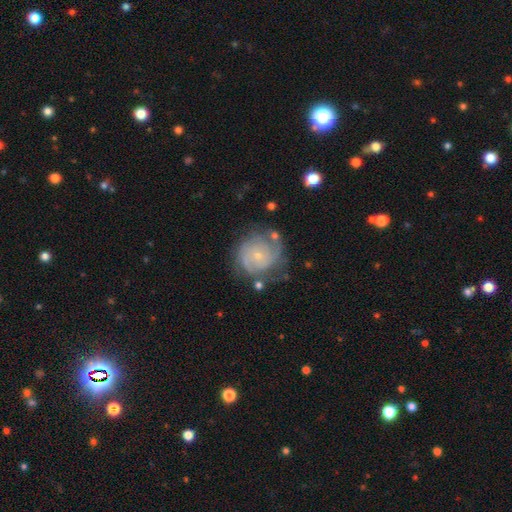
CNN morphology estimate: A featured or disk galaxy (77%) with no bar (77%), 2 (38%) tight (60%) spiral arms (91%) and a small central bulge (80%).

Vote fractions:
- Smooth or featured? featured or disk: 77% / smooth: 16% / star or artifact: 7%
- Edge-on disk? no: 98% / yes: 2%
- Bar? no: 77% / weak: 20% / strong: 3%
- Spiral arms? yes: 91% / no: 9%
- Spiral winding? tight: 60% / medium: 31% / loose: 10%
- Spiral arm count? 2: 38% / can't tell: 30% / 3: 16% / 4: 6% / 1: 6% / more than 4: 4%
- Bulge size? small: 80% / moderate: 15% / none: 3% / large: 1% / dominant: 1%
- Merging? none: 64% / minor disturbance: 21% / major disturbance: 11% / merger: 4%